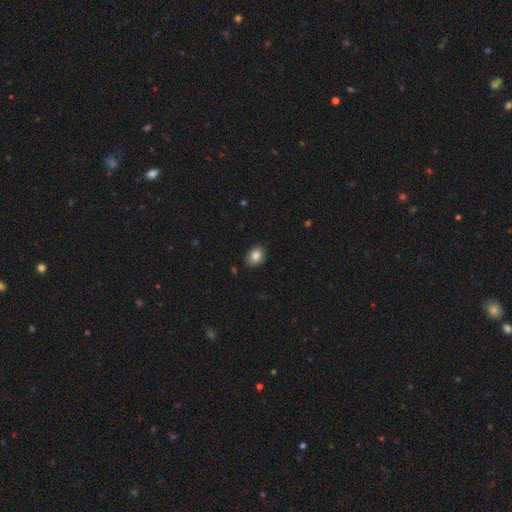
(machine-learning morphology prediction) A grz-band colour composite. It shows a smooth galaxy with no disk features (85%) that is in between round and cigar-shaped (65%). Merging: none (85%).